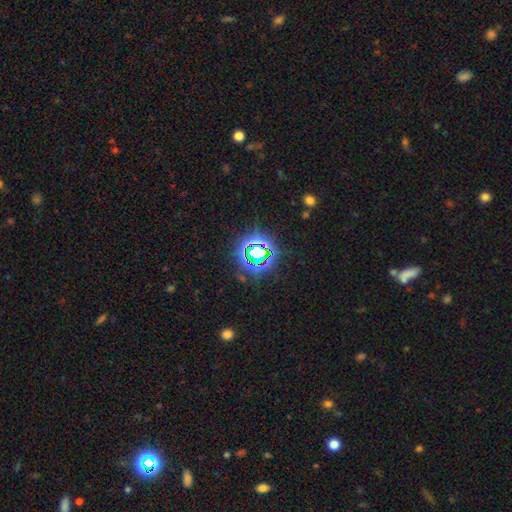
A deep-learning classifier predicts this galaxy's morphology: star or artifact 73%, smooth 17%, featured or disk 10%.